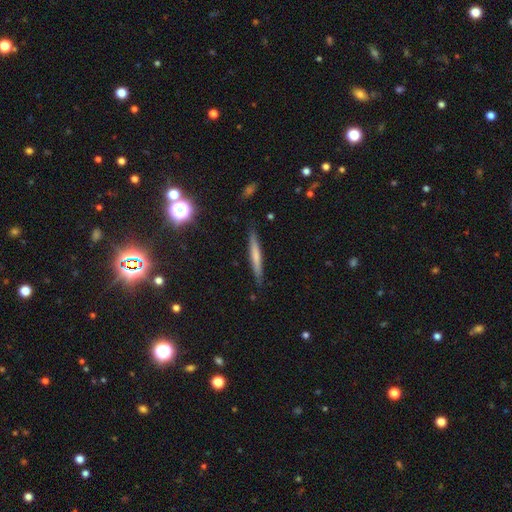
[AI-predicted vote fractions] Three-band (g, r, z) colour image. It shows a smooth galaxy with no disk features (58%) that is cigar-shaped (96%). Merging: none (88%).